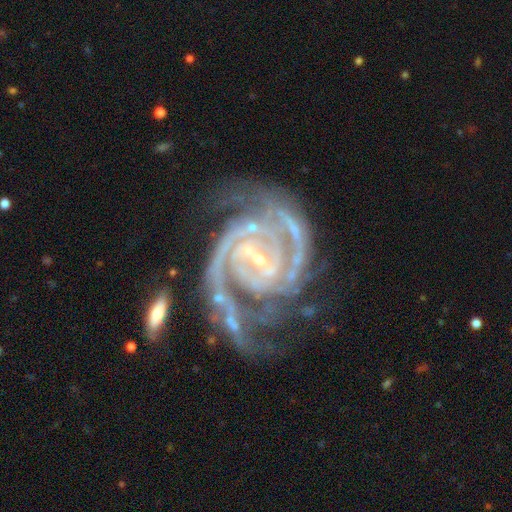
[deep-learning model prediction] smooth_or_featured: featured or disk (p=0.92) [alt: star or artifact p=0.05]
disk_edge_on: no (p=0.98) [alt: yes p=0.02]
bar: weak (p=0.41) [alt: strong p=0.33]
has_spiral_arms: yes (p=0.98) [alt: no p=0.02]
spiral_winding: tight (p=0.61) [alt: medium p=0.34]
spiral_arm_count: 2 (p=0.56) [alt: 3 p=0.18]
bulge_size: small (p=0.82) [alt: moderate p=0.11]
merging: none (p=0.49) [alt: minor disturbance p=0.21]